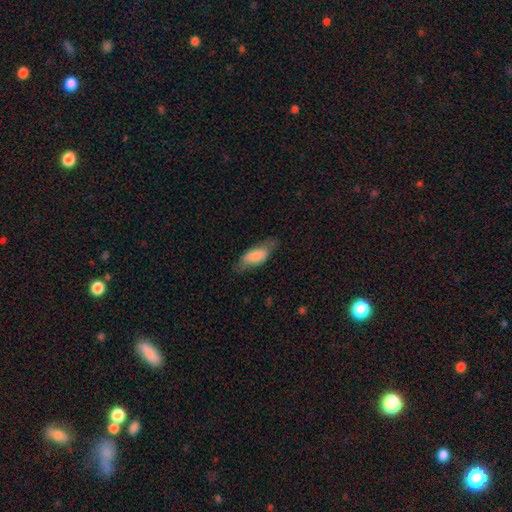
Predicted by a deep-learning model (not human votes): The model was most divided on "merging": none: 66%, minor disturbance: 24%, major disturbance: 9%, merger: 1%. More confident: smooth or featured — smooth (76%); how rounded — in between (75%).